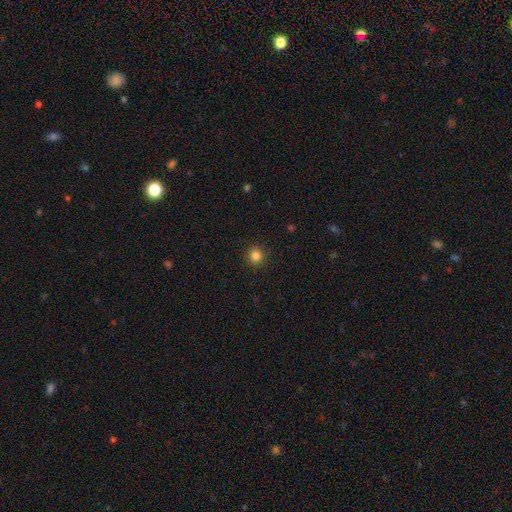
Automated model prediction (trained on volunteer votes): Smooth or featured? smooth (84%)
How rounded? round (95%)
Merging? none (92%)